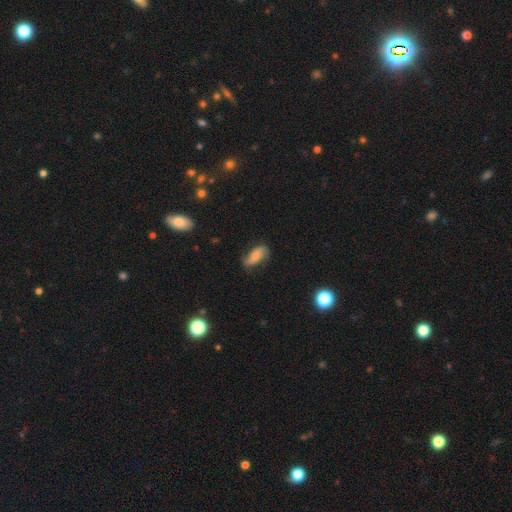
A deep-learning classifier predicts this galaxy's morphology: type=smooth (63%); roundness=in between (83%); merging=none (64%).